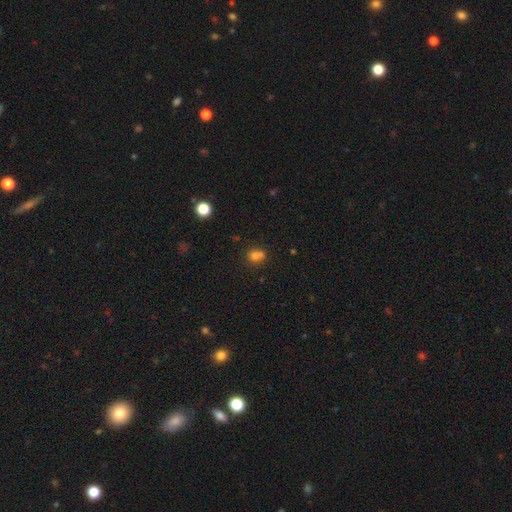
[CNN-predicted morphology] Smooth or featured?
  - smooth: 73% *
  - star or artifact: 15%
  - featured or disk: 12%
How rounded?
  - round: 74% *
  - in between: 25%
  - cigar-shaped: 1%
Merging?
  - merger: 42% * (tied)
  - none: 42% * (tied)
  - minor disturbance: 11%
  - major disturbance: 4%